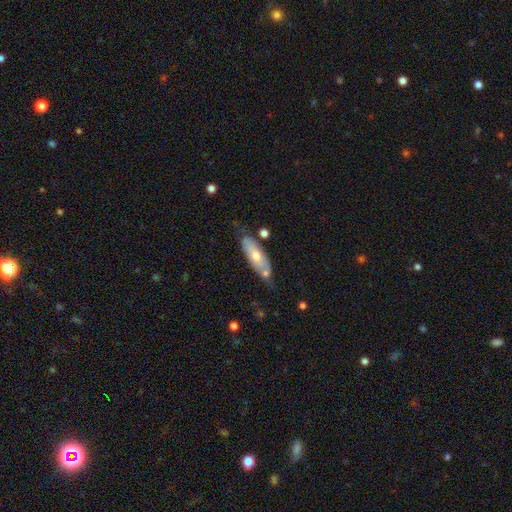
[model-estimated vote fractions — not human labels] Smooth or featured: smooth — 53% (featured or disk — 41%)
How rounded: in between — 56% (cigar-shaped — 41%)
Merging: none — 59% (minor disturbance — 23%)